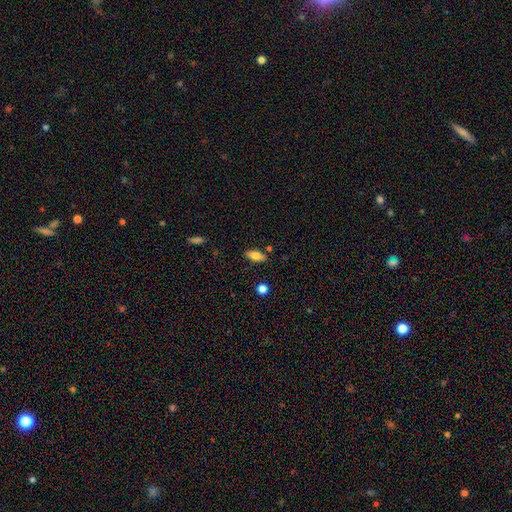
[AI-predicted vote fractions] Smooth or featured: smooth — 74% (featured or disk — 19%)
How rounded: in between — 80% (cigar-shaped — 17%)
Merging: none — 83% (minor disturbance — 11%)